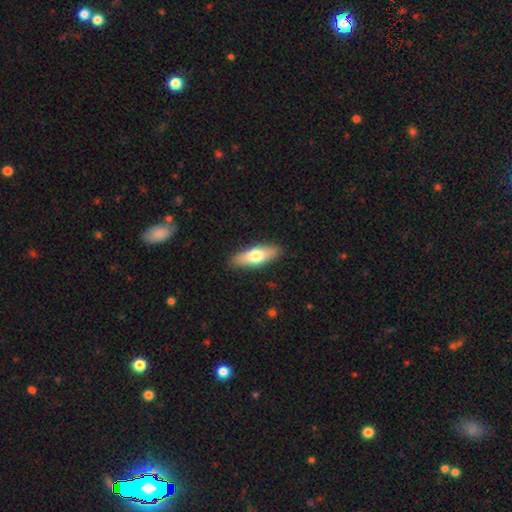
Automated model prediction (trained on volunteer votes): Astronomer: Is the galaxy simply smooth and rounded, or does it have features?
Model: smooth — 67%.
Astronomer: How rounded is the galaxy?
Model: in between — 65%.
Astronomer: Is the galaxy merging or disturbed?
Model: none — 88%.